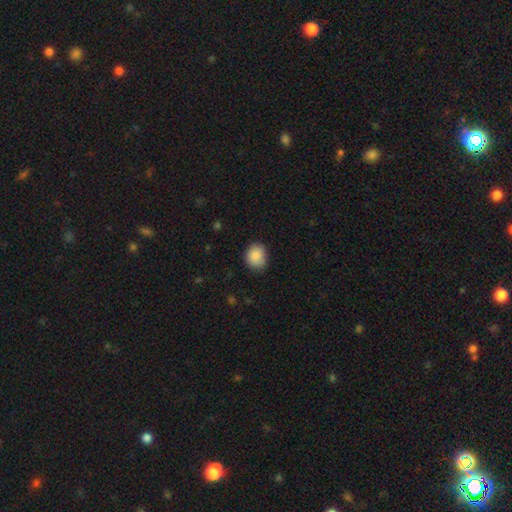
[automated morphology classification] Q: Smooth or featured?
A: smooth (87%); runner-up: star or artifact (7%)
Q: How rounded?
A: round (65%); runner-up: in between (34%)
Q: Merging?
A: none (77%); runner-up: minor disturbance (19%)